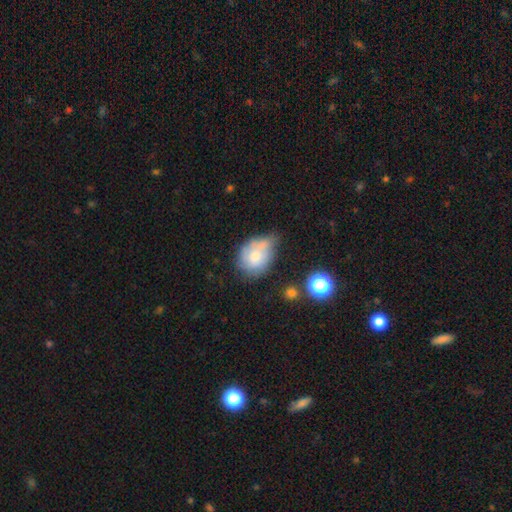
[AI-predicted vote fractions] Smooth or featured: smooth — 56% (featured or disk — 35%)
How rounded: in between — 56% (round — 43%)
Merging: minor disturbance — 36% (none — 32%)